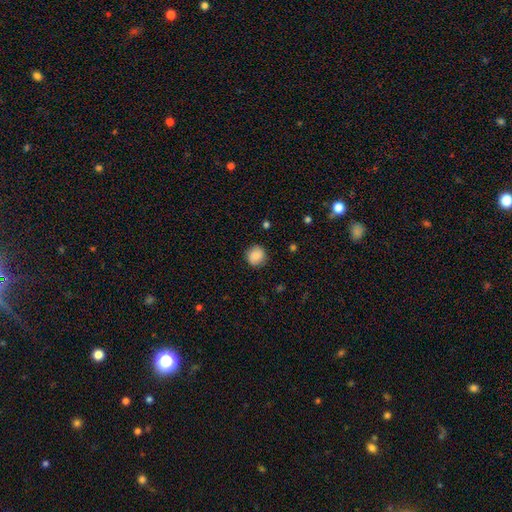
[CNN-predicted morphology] Smooth or featured: smooth — 86% (star or artifact — 8%)
How rounded: round — 90% (in between — 9%)
Merging: none — 87% (minor disturbance — 10%)